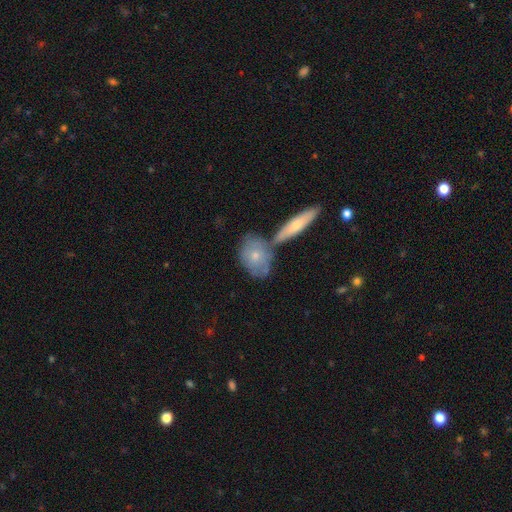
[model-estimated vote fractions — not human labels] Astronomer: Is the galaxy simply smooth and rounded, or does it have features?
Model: smooth — 58% (runner-up: featured or disk, 36%).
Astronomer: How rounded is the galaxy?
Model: in between — 72%.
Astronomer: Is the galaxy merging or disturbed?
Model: none — 49% (runner-up: merger, 30%).